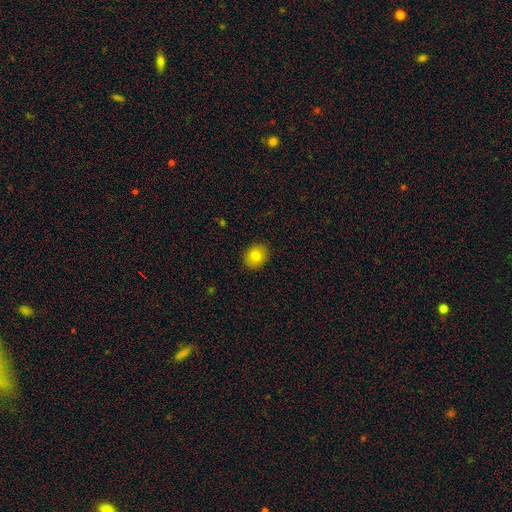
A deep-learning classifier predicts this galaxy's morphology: This appears to be a smooth galaxy with no disk features (80%) that is round (67%). Merging: none (90%).